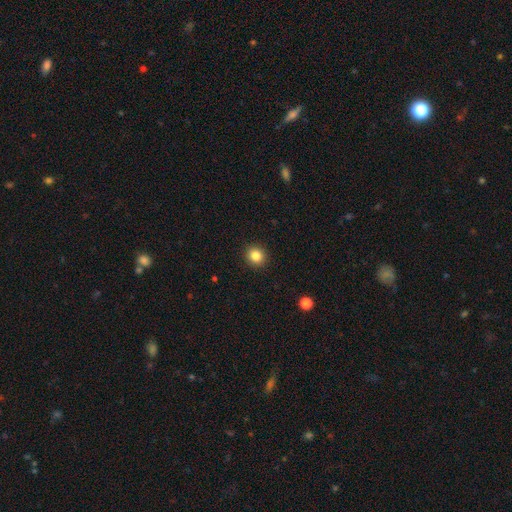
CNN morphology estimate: smooth-or-featured: smooth: 85% | star or artifact: 11% | featured or disk: 5%
  how-rounded: round: 88% | in between: 11% | cigar-shaped: 1%
  merging: none: 92% | minor disturbance: 5% | major disturbance: 2% | merger: 1%